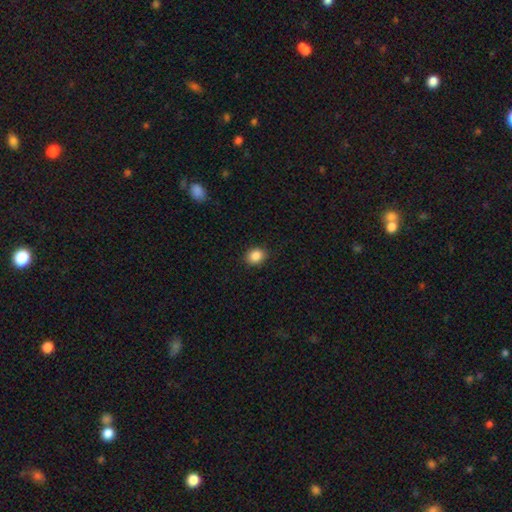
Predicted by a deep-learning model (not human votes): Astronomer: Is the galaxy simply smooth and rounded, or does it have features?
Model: smooth — 87%.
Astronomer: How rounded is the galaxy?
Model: round — 56% (runner-up: in between, 43%).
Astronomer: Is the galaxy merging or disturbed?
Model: none — 89%.